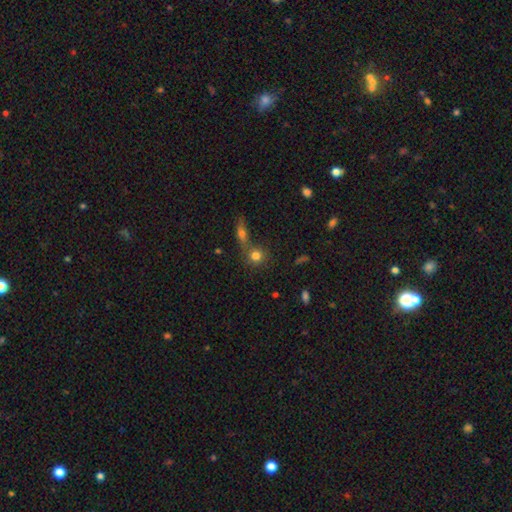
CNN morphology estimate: A smooth galaxy with no disk features (77%) that is round (82%). Merging: none (51%).